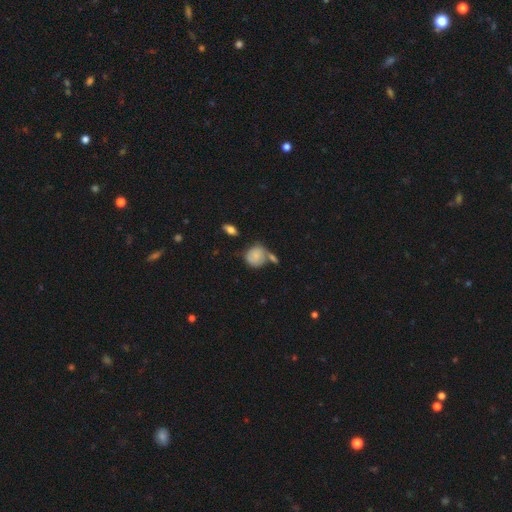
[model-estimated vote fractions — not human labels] This is likely a smooth galaxy (77%). How rounded: likely round (72%). Merging: possibly none (46%).